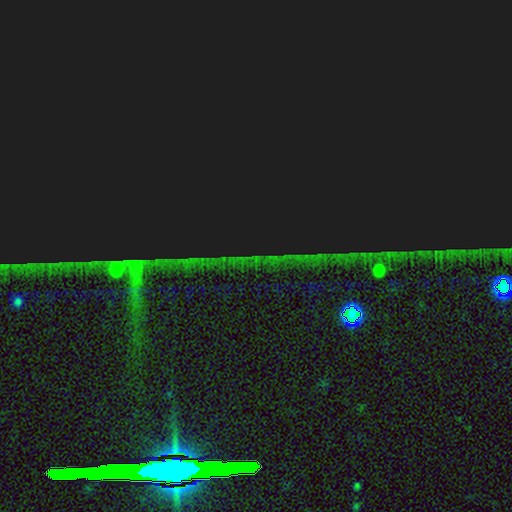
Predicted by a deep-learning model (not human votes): star or artifact 87%, smooth 7%, featured or disk 7%.